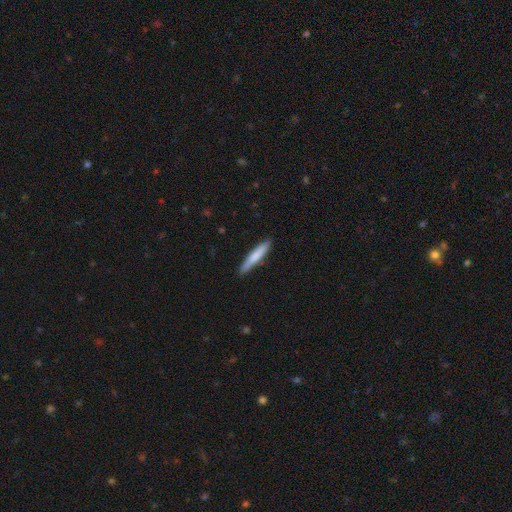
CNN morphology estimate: A smooth galaxy with no disk features (72%) that is cigar-shaped (92%). Merging: none (89%).